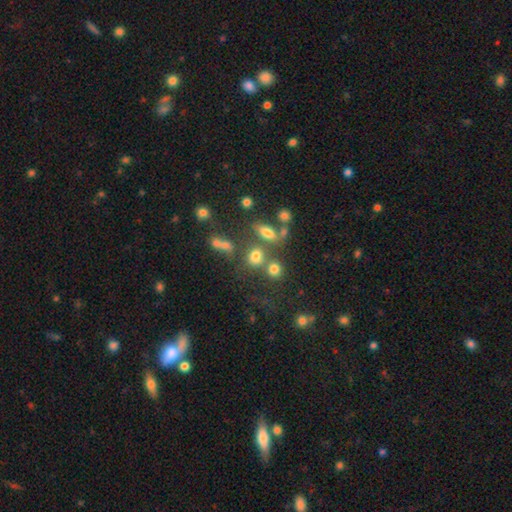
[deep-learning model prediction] smooth 70%, star or artifact 17%, featured or disk 13%. Down the decision tree: how rounded — round (55%); merging — none (50%).